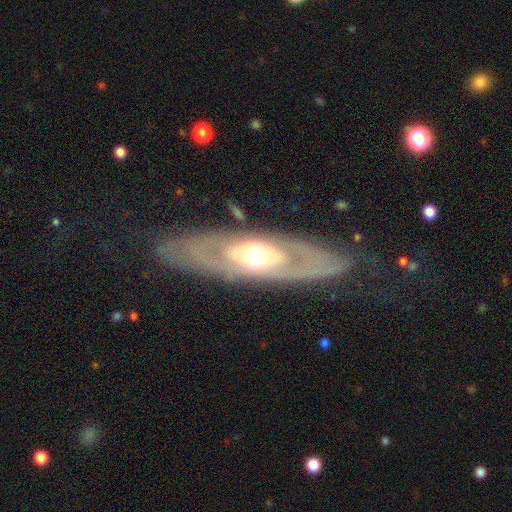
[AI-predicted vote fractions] Smooth or featured: featured or disk — 72% (smooth — 23%)
Edge-on disk: no — 75% (yes — 25%)
Bar: no — 84% (weak — 11%)
Spiral arms: no — 69% (yes — 31%)
Bulge size: moderate — 68% (large — 21%)
Merging: none — 80% (minor disturbance — 12%)